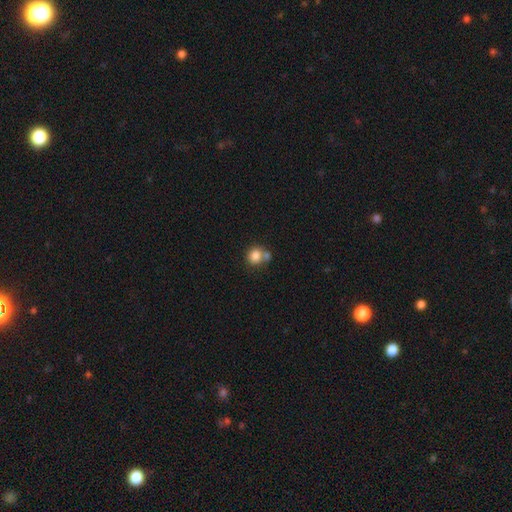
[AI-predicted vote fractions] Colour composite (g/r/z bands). It shows a smooth galaxy with no disk features (83%) that is round (83%). Merging: none (51%).